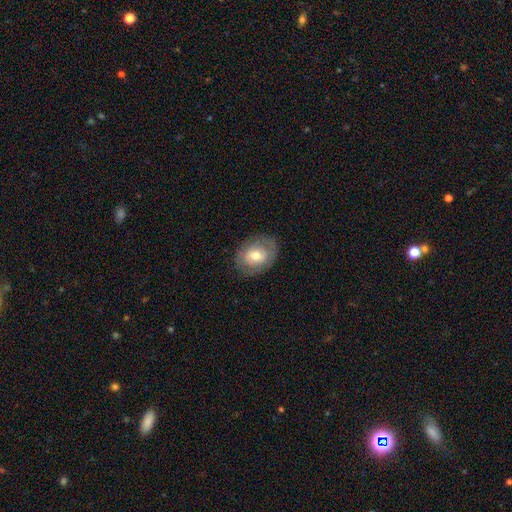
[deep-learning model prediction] This is possibly a smooth galaxy (58%). How rounded: likely in between (60%). Merging: likely none (79%).